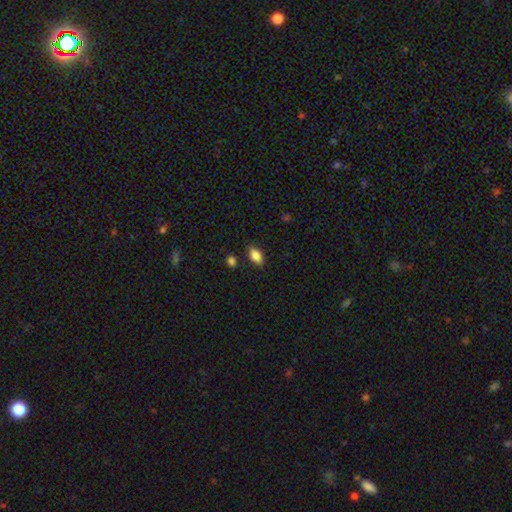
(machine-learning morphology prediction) smooth_or_featured: smooth (p=0.86) [alt: star or artifact p=0.08]
how_rounded: in between (p=0.89) [alt: round p=0.07]
merging: none (p=0.81) [alt: minor disturbance p=0.13]